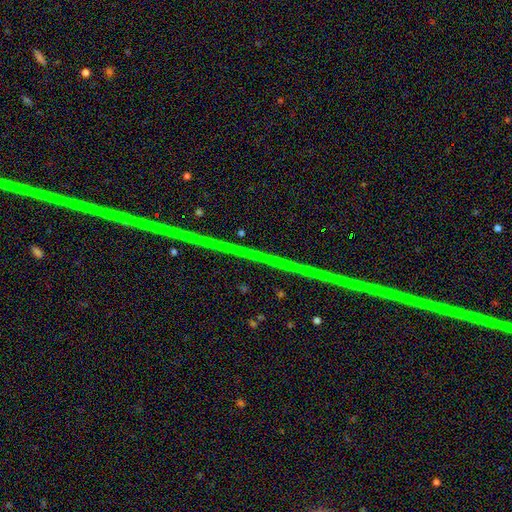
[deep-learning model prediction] Smooth or featured?
  - star or artifact: 79% *
  - featured or disk: 13%
  - smooth: 8%